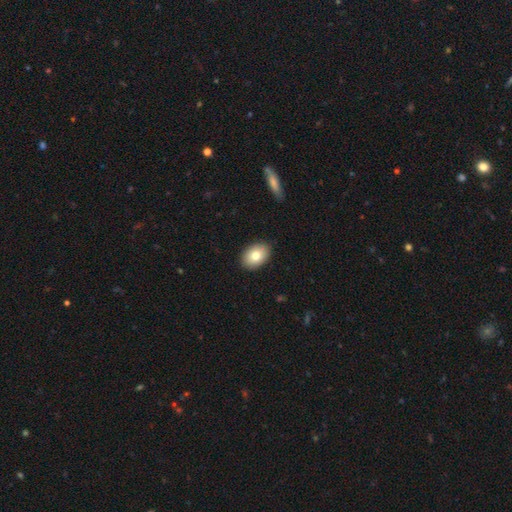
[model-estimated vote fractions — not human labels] Smooth or featured: smooth — 77% (featured or disk — 15%)
How rounded: in between — 80% (round — 19%)
Merging: none — 88% (minor disturbance — 9%)